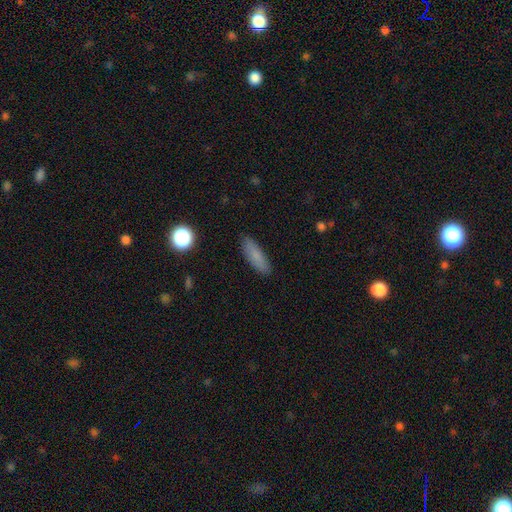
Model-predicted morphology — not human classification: This is clearly a smooth galaxy (81%). How rounded: possibly cigar-shaped (54%). Merging: clearly none (87%).